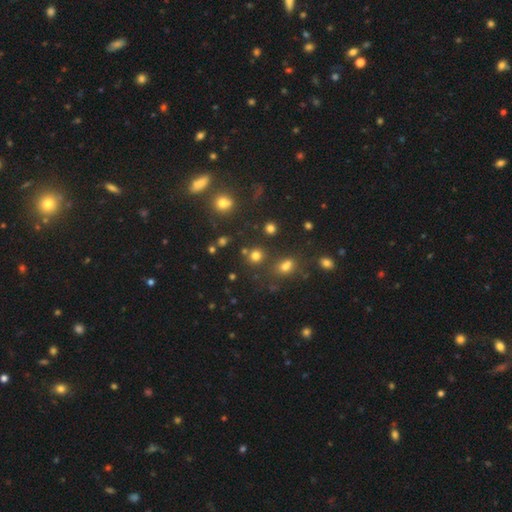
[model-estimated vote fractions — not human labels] Smooth or featured? Predicted: smooth (p=0.73). How rounded? Predicted: round (p=0.86). Merging? Predicted: none (p=0.74).